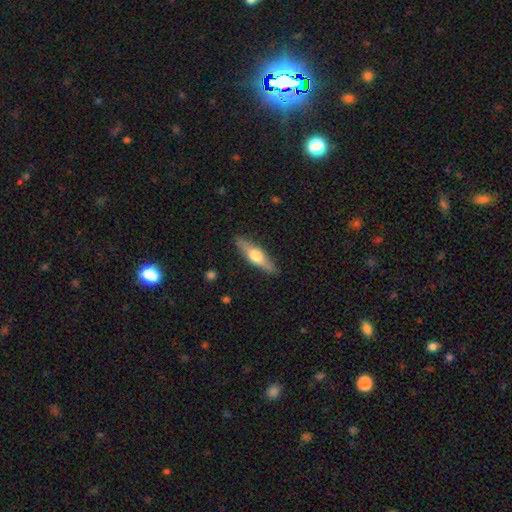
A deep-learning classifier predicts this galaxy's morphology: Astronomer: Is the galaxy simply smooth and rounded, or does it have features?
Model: featured or disk — 52% (runner-up: smooth, 42%).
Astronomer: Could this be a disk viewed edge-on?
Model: yes — 92%.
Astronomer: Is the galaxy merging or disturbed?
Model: none — 88%.